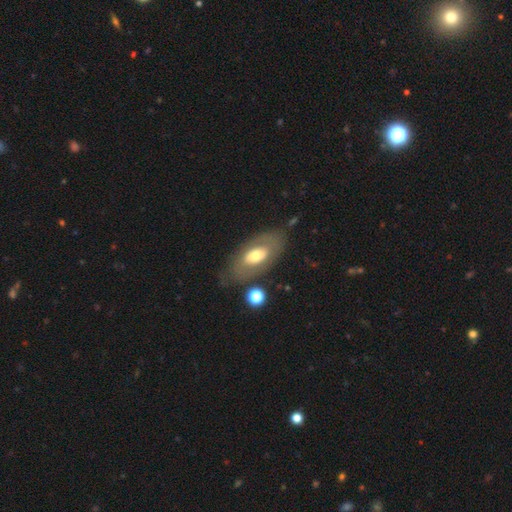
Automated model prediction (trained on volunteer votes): smooth_or_featured: smooth (p=0.50) [alt: featured or disk p=0.43]
how_rounded: in between (p=0.90) [alt: round p=0.06]
merging: none (p=0.72) [alt: minor disturbance p=0.16]